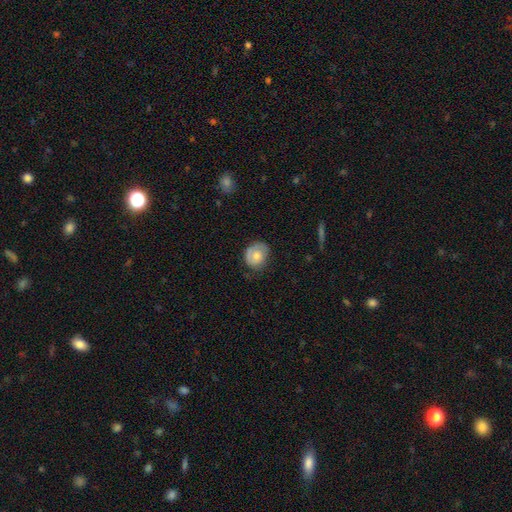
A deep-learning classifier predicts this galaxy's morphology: Smooth or featured: smooth — 59% (featured or disk — 34%)
How rounded: round — 63% (in between — 36%)
Merging: none — 64% (minor disturbance — 25%)